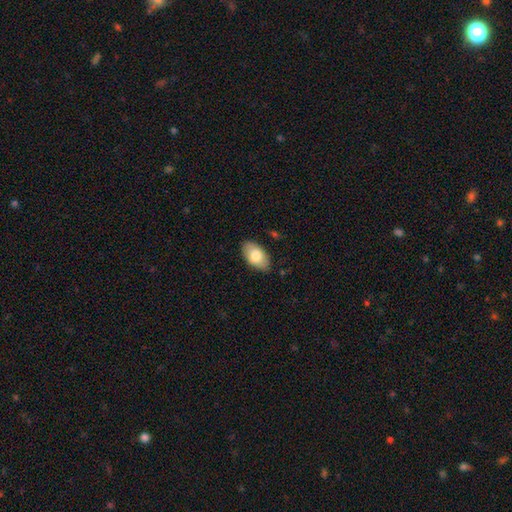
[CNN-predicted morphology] The model was most divided on "smooth or featured": smooth: 78%, featured or disk: 16%, star or artifact: 6%. More confident: how rounded — in between (94%); merging — none (83%).